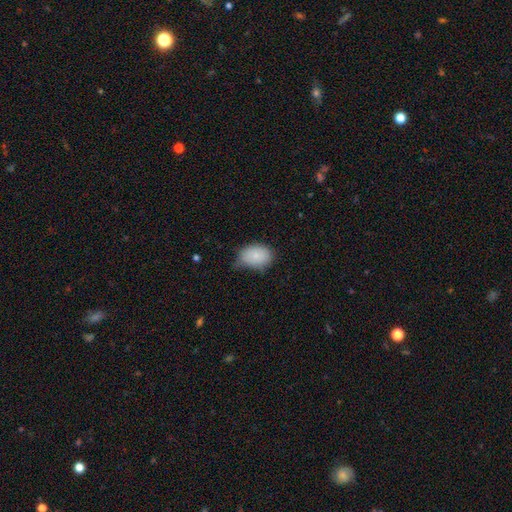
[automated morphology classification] smooth_or_featured: smooth (p=0.83) [alt: featured or disk p=0.09]
how_rounded: in between (p=0.79) [alt: round p=0.20]
merging: none (p=0.49) [alt: minor disturbance p=0.40]